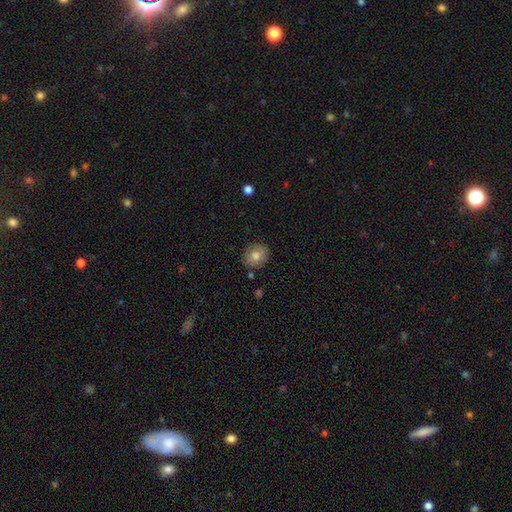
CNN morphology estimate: Q: Smooth or featured?
A: smooth (71%); runner-up: featured or disk (20%)
Q: How rounded?
A: round (75%); runner-up: in between (24%)
Q: Merging?
A: none (84%); runner-up: minor disturbance (12%)